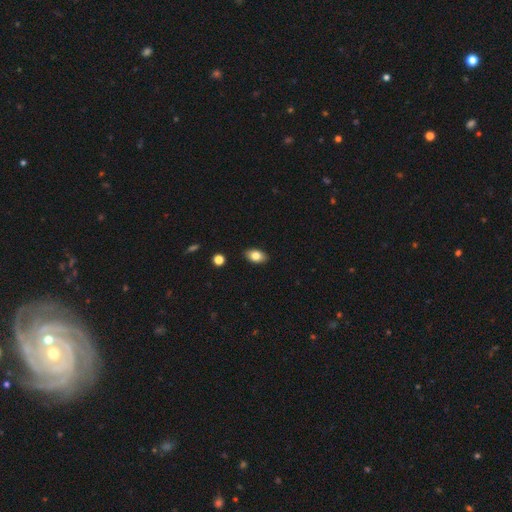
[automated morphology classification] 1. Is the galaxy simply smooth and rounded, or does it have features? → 81% smooth, 11% featured or disk, 8% star or artifact.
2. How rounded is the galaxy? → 90% in between, 8% round, 2% cigar-shaped.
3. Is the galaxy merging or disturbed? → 89% none, 8% minor disturbance, 2% major disturbance, 1% merger.